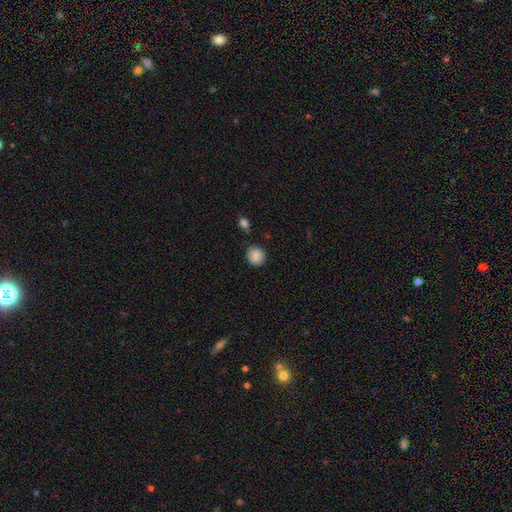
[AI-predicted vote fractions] Smooth or featured?
  - smooth: 85% *
  - star or artifact: 8%
  - featured or disk: 6%
How rounded?
  - round: 83% *
  - in between: 16%
  - cigar-shaped: 1%
Merging?
  - none: 77% *
  - minor disturbance: 17%
  - major disturbance: 3%
  - merger: 3%